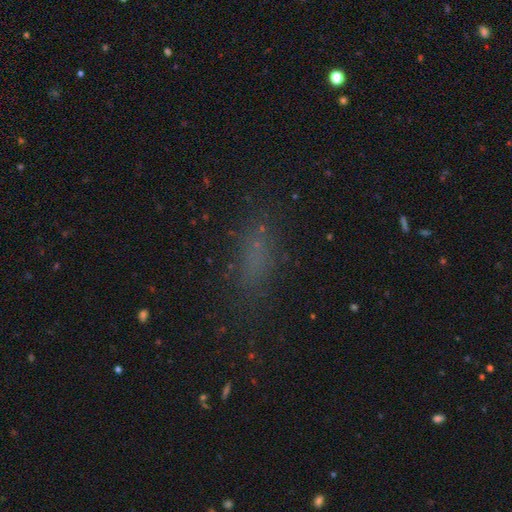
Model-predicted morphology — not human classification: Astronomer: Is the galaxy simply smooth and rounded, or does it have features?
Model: smooth — 65%.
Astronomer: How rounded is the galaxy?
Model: in between — 56% (runner-up: cigar-shaped, 39%).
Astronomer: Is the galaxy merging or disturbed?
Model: none — 72%.